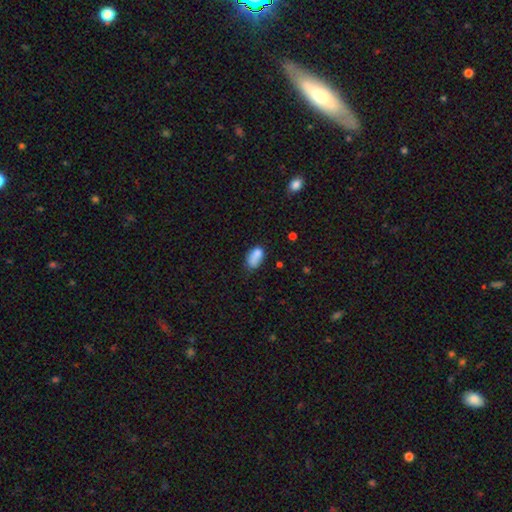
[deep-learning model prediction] Smooth or featured?
  - smooth: 82% *
  - star or artifact: 9%
  - featured or disk: 9%
How rounded?
  - in between: 90% *
  - round: 6%
  - cigar-shaped: 3%
Merging?
  - none: 52% *
  - minor disturbance: 29%
  - merger: 10%
  - major disturbance: 9%